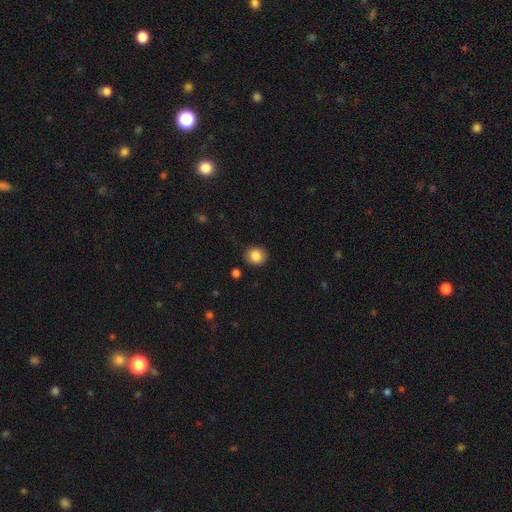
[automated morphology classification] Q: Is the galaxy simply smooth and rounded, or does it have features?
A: smooth — 86%.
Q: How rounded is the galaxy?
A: round — 81%.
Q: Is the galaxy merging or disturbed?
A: none — 86%.